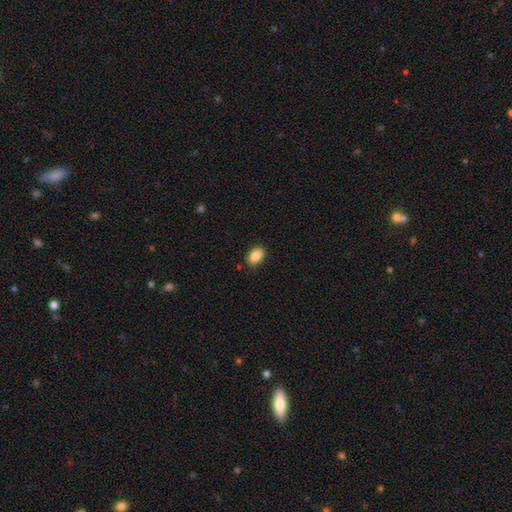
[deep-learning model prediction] smooth_or_featured: smooth (p=0.88) [alt: star or artifact p=0.08]
how_rounded: in between (p=0.90) [alt: round p=0.08]
merging: none (p=0.87) [alt: minor disturbance p=0.10]